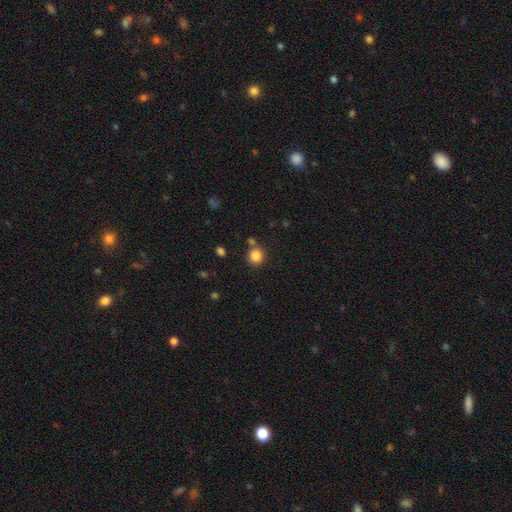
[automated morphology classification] Overall: smooth (84%). How rounded: round (91%). Merging: none (78%).